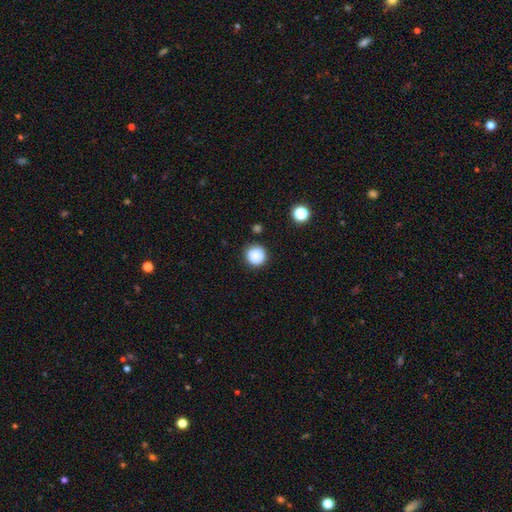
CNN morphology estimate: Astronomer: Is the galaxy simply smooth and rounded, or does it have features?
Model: smooth — 87%.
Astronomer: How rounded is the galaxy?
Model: round — 94%.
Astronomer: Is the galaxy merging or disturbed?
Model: none — 87%.